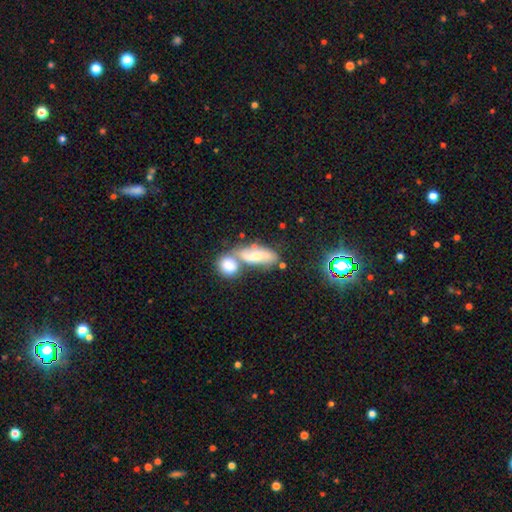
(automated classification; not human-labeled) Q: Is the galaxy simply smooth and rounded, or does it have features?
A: smooth — 51%.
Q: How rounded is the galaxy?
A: in between — 71%.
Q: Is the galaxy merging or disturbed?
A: merger — 45%.